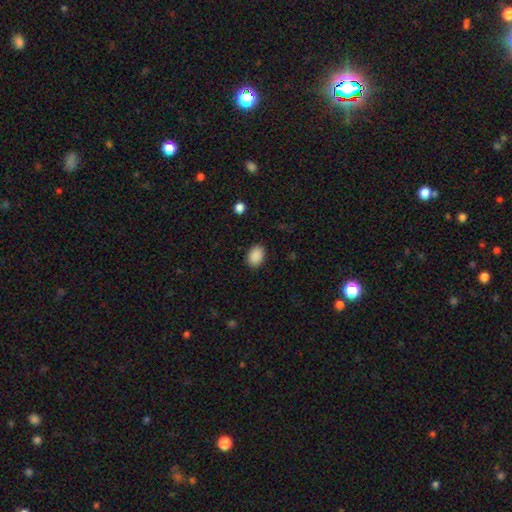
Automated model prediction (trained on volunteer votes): Smooth or featured: smooth — 89% (star or artifact — 8%)
How rounded: in between — 78% (round — 21%)
Merging: none — 88% (minor disturbance — 8%)